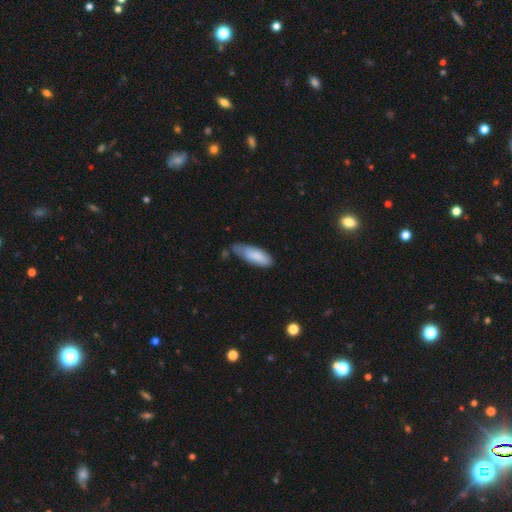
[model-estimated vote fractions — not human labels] A smooth galaxy with no disk features (83%) that is in between round and cigar-shaped (66%).

Vote fractions:
- Smooth or featured? smooth: 83% / featured or disk: 11% / star or artifact: 6%
- How rounded? in between: 66% / cigar-shaped: 33% / round: 1%
- Merging? none: 50% / minor disturbance: 37% / major disturbance: 8% / merger: 6%